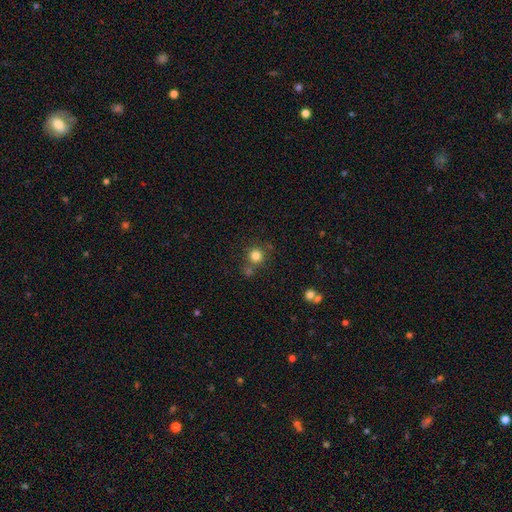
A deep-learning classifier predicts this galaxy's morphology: type=smooth (81%); roundness=round (94%); merging=none (73%).